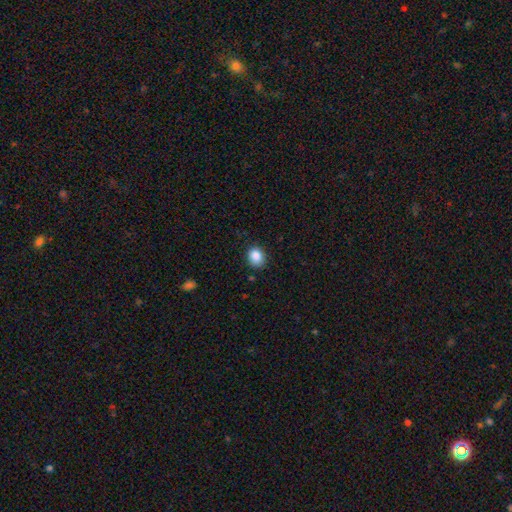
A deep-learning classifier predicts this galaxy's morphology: Smooth or featured? smooth (87%)
How rounded? round (61%)
Merging? none (86%)